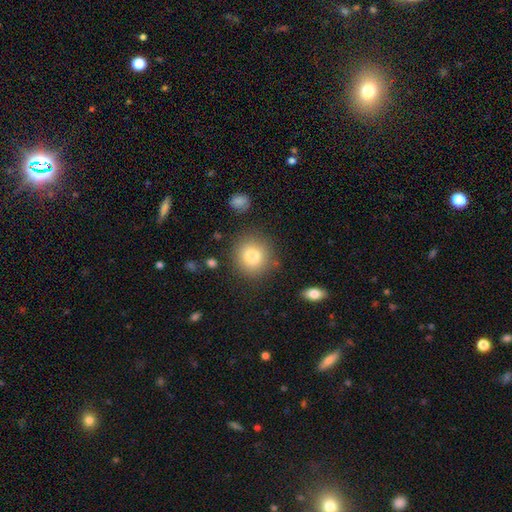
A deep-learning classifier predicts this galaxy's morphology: The model was most divided on "smooth or featured": smooth: 81%, star or artifact: 10%, featured or disk: 9%. More confident: how rounded — round (90%); merging — none (84%).